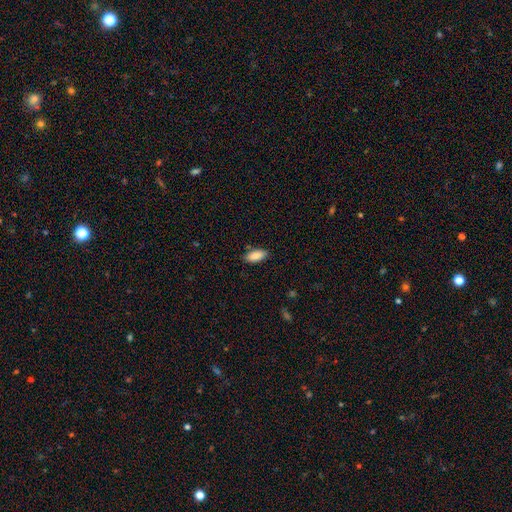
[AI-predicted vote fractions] This is clearly a smooth galaxy (88%). How rounded: clearly in between (88%). Merging: clearly none (85%).